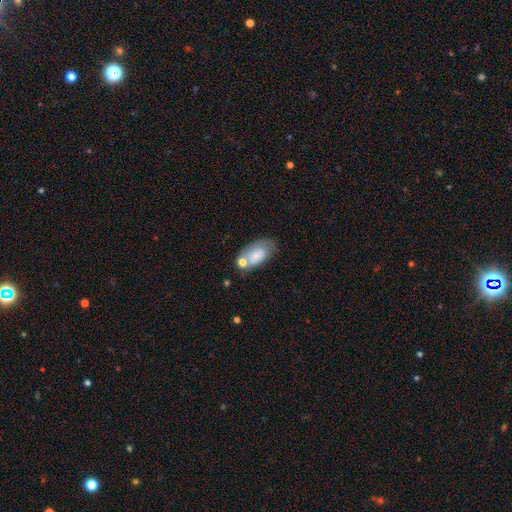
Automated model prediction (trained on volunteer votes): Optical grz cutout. It shows a smooth galaxy with no disk features (71%) that is in between round and cigar-shaped (92%). Merging: none (45%).